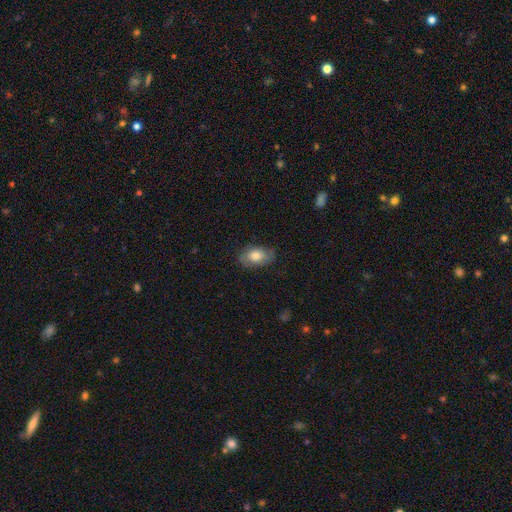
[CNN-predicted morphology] Smooth or featured: smooth — 71% (featured or disk — 22%)
How rounded: in between — 89% (round — 9%)
Merging: none — 74% (minor disturbance — 20%)